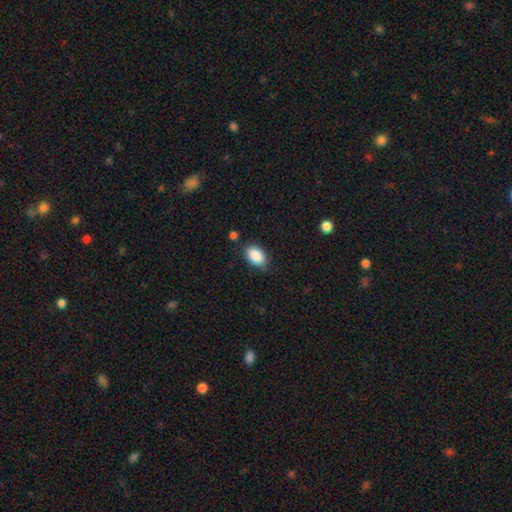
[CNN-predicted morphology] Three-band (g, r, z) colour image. It shows a smooth galaxy with no disk features (89%) that is in between round and cigar-shaped (91%). Merging: none (78%).